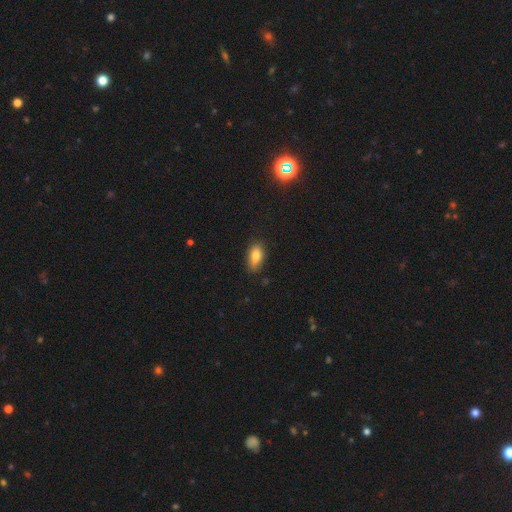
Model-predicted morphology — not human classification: Smooth or featured? smooth (81%)
How rounded? in between (87%)
Merging? none (74%)